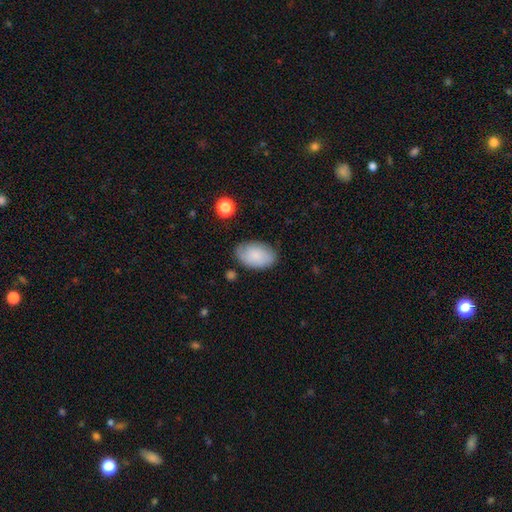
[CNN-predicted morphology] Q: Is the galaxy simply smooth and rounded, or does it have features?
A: smooth — 79%.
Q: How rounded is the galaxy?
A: in between — 91%.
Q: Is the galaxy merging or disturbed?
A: none — 75%.